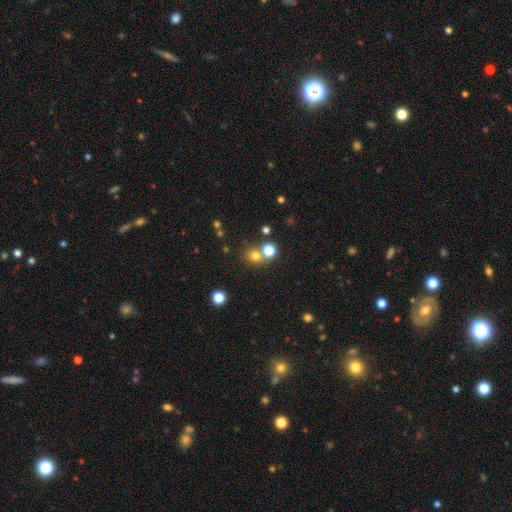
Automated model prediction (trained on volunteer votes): Q: Smooth or featured?
A: smooth (72%); runner-up: star or artifact (19%)
Q: How rounded?
A: round (79%); runner-up: in between (20%)
Q: Merging?
A: none (60%); runner-up: merger (28%)